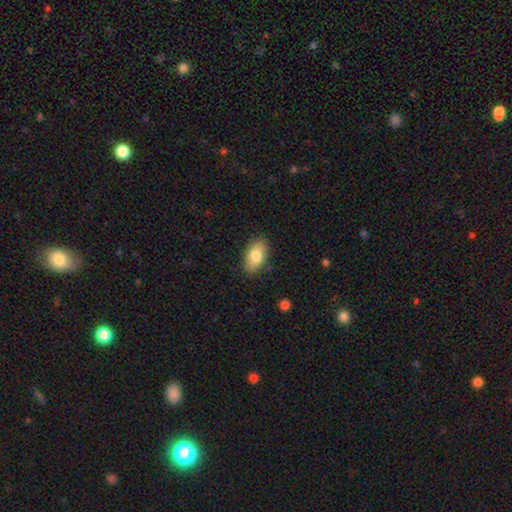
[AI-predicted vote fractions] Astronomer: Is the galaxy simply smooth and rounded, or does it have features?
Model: smooth — 81%.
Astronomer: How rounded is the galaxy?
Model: in between — 93%.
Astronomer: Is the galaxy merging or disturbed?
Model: none — 86%.